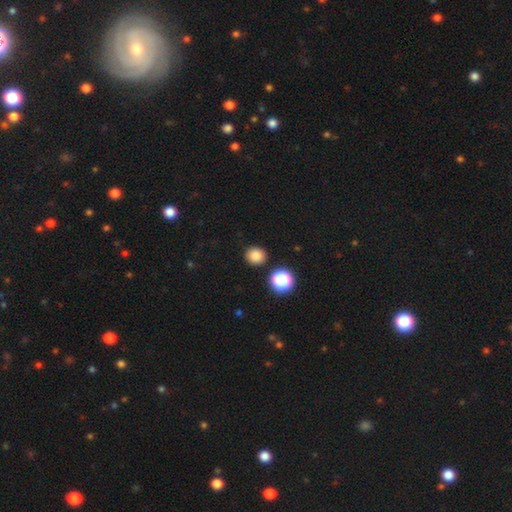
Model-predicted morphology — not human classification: Smooth or featured: smooth — 82% (star or artifact — 14%)
How rounded: round — 87% (in between — 12%)
Merging: none — 89% (minor disturbance — 6%)